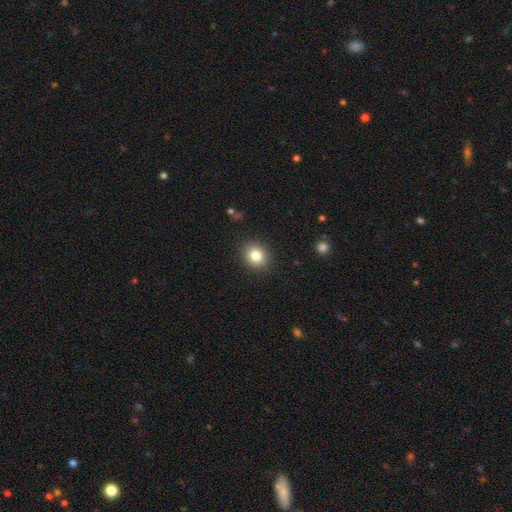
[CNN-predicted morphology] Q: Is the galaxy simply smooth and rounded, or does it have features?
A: smooth — 82%.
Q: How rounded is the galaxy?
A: round — 69%.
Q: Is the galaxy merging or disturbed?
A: none — 89%.